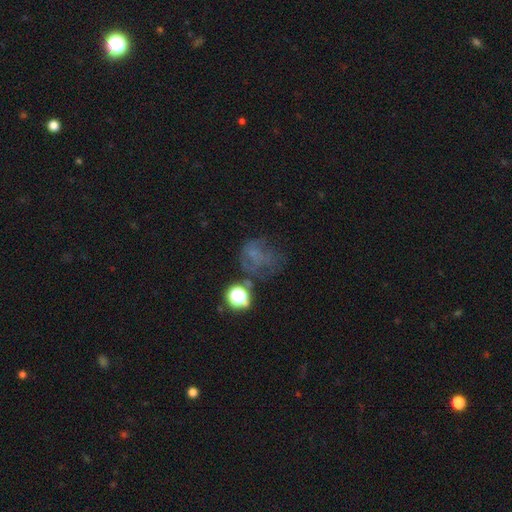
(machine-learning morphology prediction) type=smooth (39%); merging=none (41%).